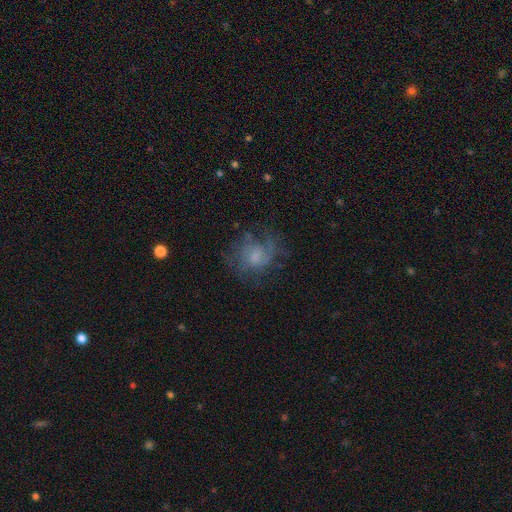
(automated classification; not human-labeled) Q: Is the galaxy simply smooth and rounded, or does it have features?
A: featured or disk — 48%.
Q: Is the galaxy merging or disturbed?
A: none — 54%.